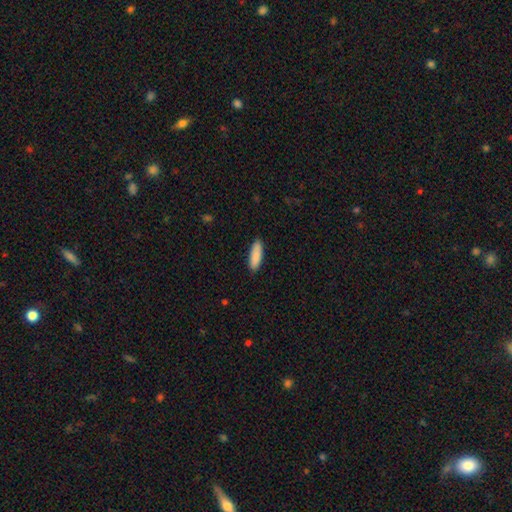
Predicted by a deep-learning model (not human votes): smooth 89%, star or artifact 6%, featured or disk 6%. Down the decision tree: how rounded — cigar-shaped (51%); merging — none (89%).